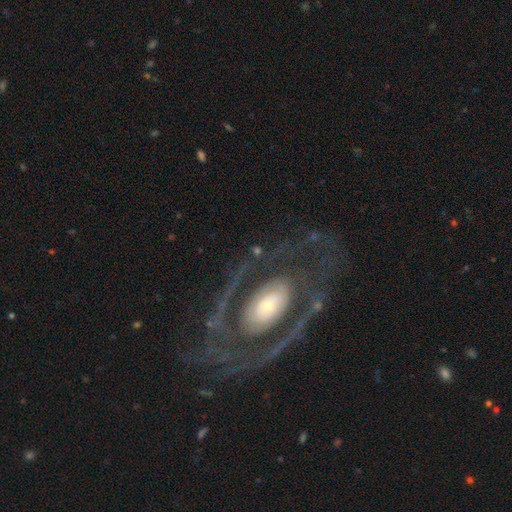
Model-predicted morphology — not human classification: Smooth or featured? featured or disk (80%)
Edge-on disk? no (93%)
Bar? no (66%)
Spiral arms? yes (67%)
Bulge size? small (44%)
Merging? none (71%)